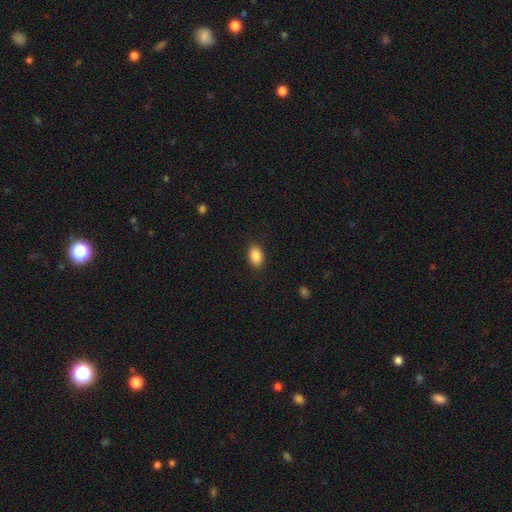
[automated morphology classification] Smooth or featured?
  - smooth: 87% *
  - star or artifact: 8%
  - featured or disk: 5%
How rounded?
  - in between: 86% *
  - round: 13%
  - cigar-shaped: 1%
Merging?
  - none: 88% *
  - minor disturbance: 8%
  - major disturbance: 2%
  - merger: 1%